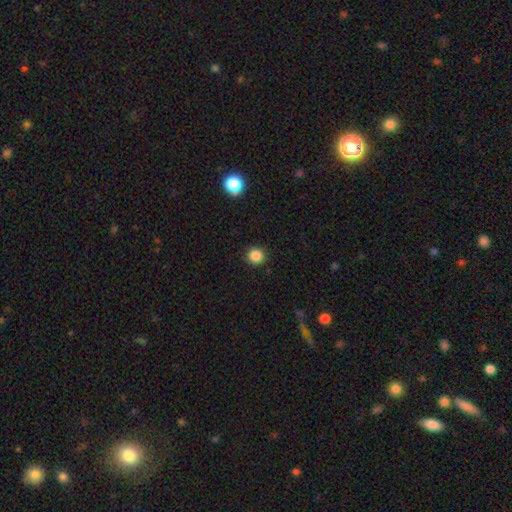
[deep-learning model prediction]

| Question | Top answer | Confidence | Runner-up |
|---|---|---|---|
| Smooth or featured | smooth | 85% | star or artifact (11%) |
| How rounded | round | 94% | in between (5%) |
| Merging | none | 92% | minor disturbance (5%) |